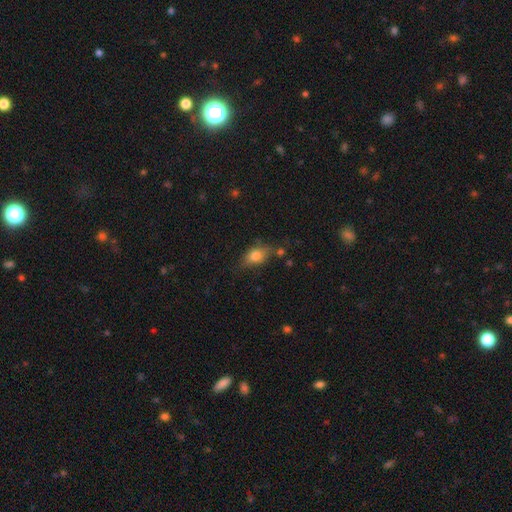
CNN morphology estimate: A smooth galaxy with no disk features (73%) that is in between round and cigar-shaped (75%).

Vote fractions:
- Smooth or featured? smooth: 73% / featured or disk: 17% / star or artifact: 10%
- How rounded? in between: 75% / round: 18% / cigar-shaped: 6%
- Merging? none: 63% / minor disturbance: 24% / major disturbance: 7% / merger: 6%